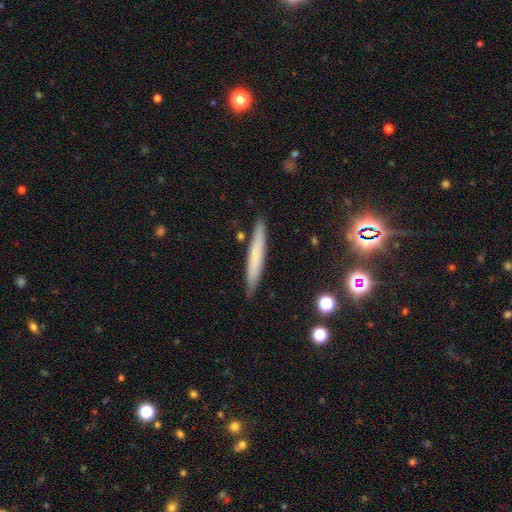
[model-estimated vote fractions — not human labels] smooth_or_featured: smooth (p=0.63) [alt: featured or disk p=0.28]
how_rounded: cigar-shaped (p=0.95) [alt: in between p=0.04]
merging: none (p=0.88) [alt: minor disturbance p=0.08]